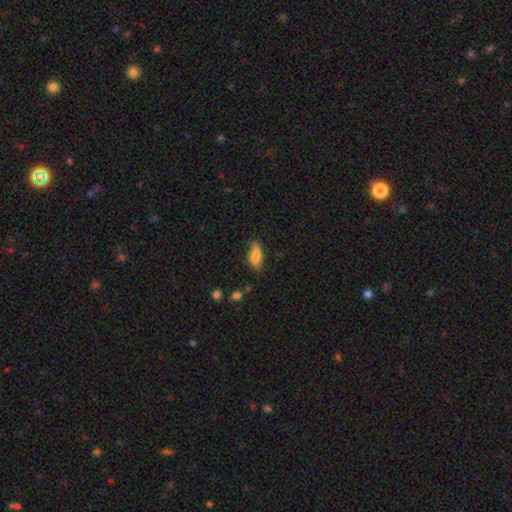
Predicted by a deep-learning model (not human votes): Q: Smooth or featured?
A: smooth (72%); runner-up: featured or disk (20%)
Q: How rounded?
A: in between (80%); runner-up: cigar-shaped (17%)
Q: Merging?
A: none (58%); runner-up: minor disturbance (30%)